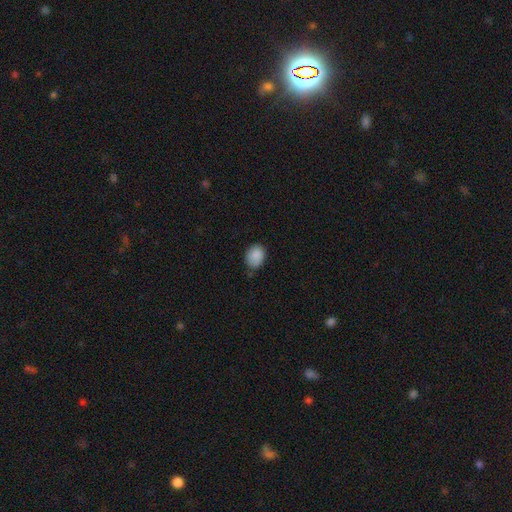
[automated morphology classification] smooth-or-featured: smooth: 87% | star or artifact: 8% | featured or disk: 5%
  how-rounded: in between: 58% | round: 42% | cigar-shaped: 1%
  merging: none: 69% | minor disturbance: 25% | major disturbance: 4% | merger: 2%